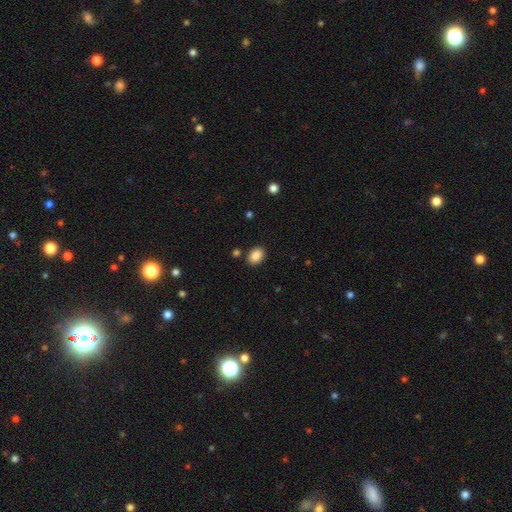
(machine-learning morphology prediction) Smooth or featured?
  - smooth: 88% *
  - star or artifact: 8%
  - featured or disk: 4%
How rounded?
  - in between: 78% *
  - round: 21%
  - cigar-shaped: 1%
Merging?
  - none: 86% *
  - minor disturbance: 9%
  - merger: 3%
  - major disturbance: 2%